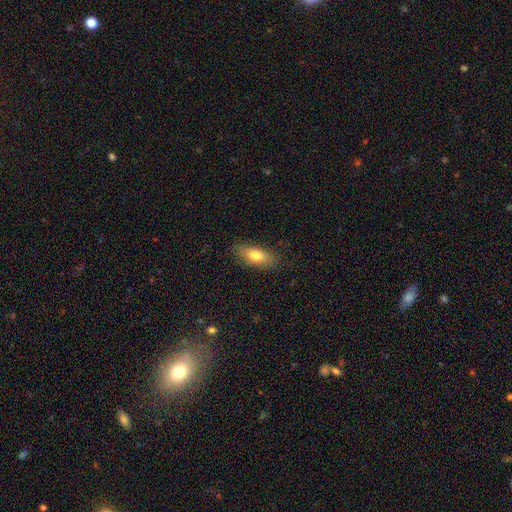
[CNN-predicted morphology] Smooth or featured? smooth (76%)
How rounded? in between (79%)
Merging? none (84%)